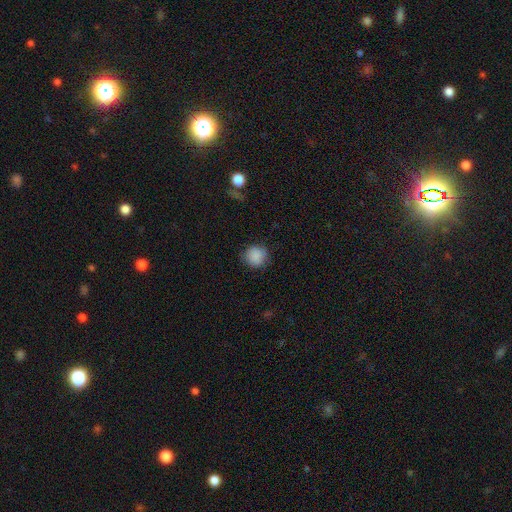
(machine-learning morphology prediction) Smooth or featured: smooth — 87% (star or artifact — 9%)
How rounded: round — 90% (in between — 9%)
Merging: none — 81% (minor disturbance — 14%)